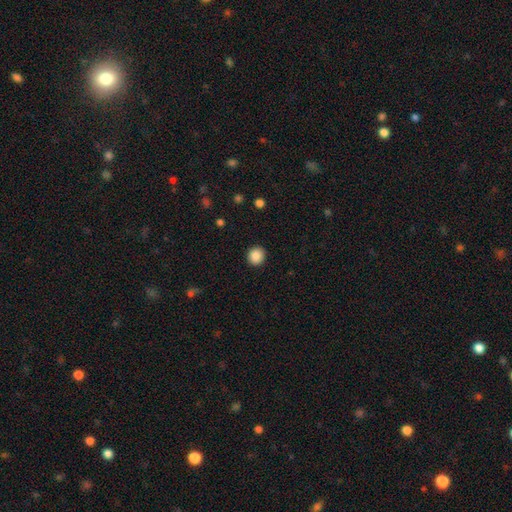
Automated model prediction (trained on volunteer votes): This appears to be a smooth galaxy with no disk features (88%) that is round (90%). Merging: none (92%).